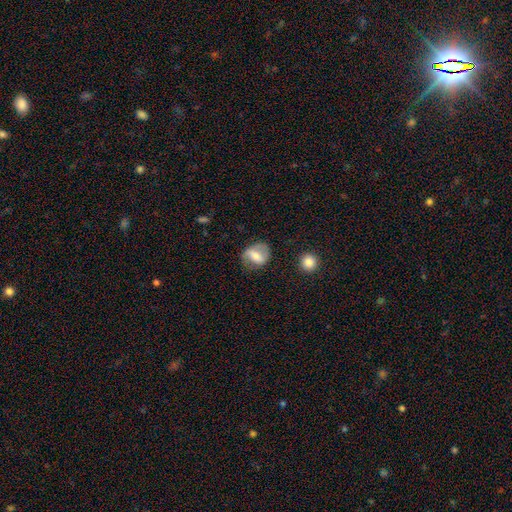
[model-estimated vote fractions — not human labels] Smooth or featured? smooth (47%)
Merging? none (68%)